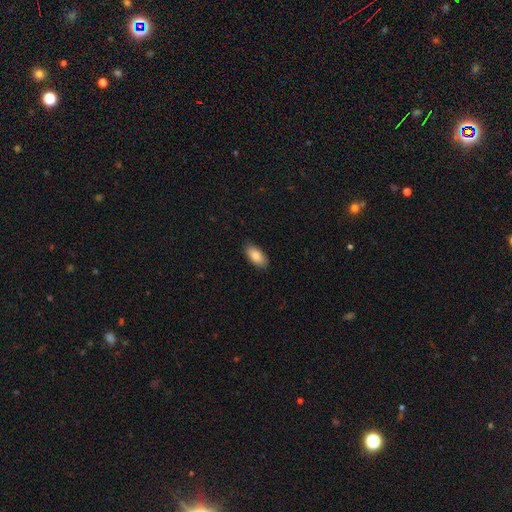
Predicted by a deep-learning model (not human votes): This is clearly a smooth galaxy (82%). How rounded: clearly in between (92%). Merging: clearly none (88%).